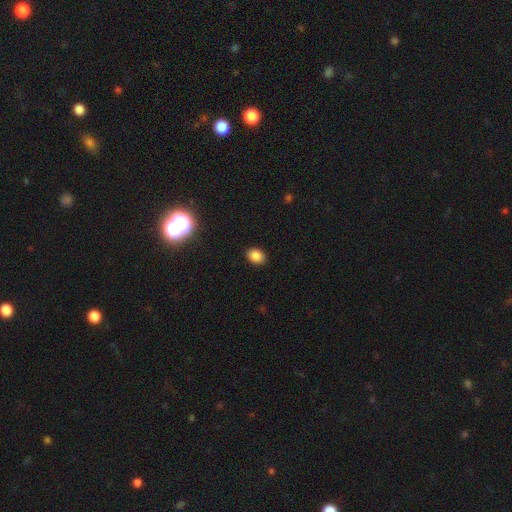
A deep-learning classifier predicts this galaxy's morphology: Smooth or featured?
  - smooth: 84% *
  - star or artifact: 11%
  - featured or disk: 5%
How rounded?
  - in between: 71% *
  - round: 28%
  - cigar-shaped: 1%
Merging?
  - none: 89% *
  - minor disturbance: 7%
  - major disturbance: 2%
  - merger: 1%